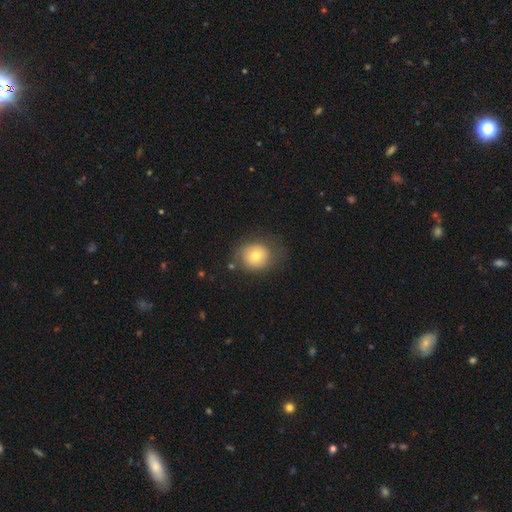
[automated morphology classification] smooth 71%, featured or disk 20%, star or artifact 9%. Down the decision tree: how rounded — round (73%); merging — none (64%).